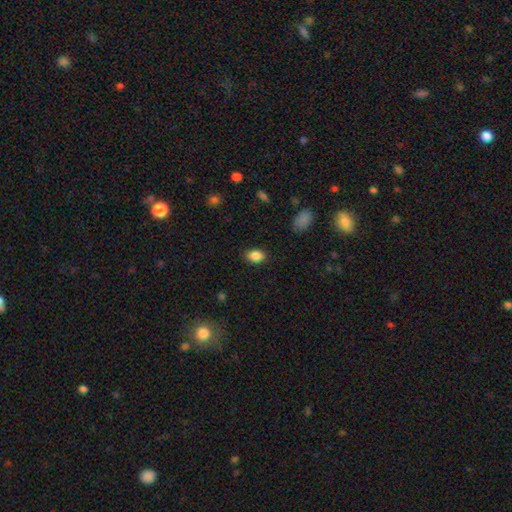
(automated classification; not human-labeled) This appears to be a smooth galaxy with no disk features (86%) that is in between round and cigar-shaped (84%). Merging: none (86%).